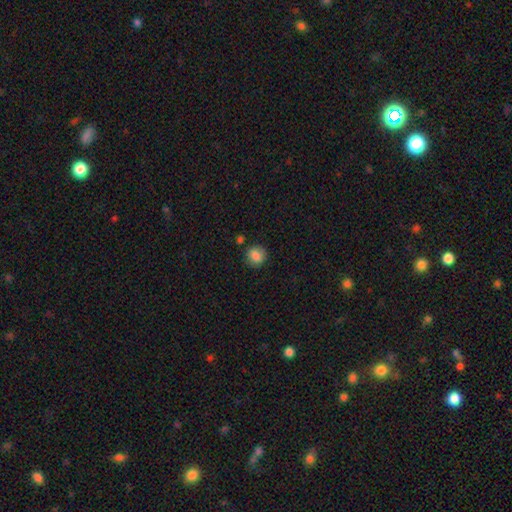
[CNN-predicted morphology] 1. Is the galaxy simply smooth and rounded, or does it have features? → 85% smooth, 9% star or artifact, 6% featured or disk.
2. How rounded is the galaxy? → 77% round, 22% in between, 1% cigar-shaped.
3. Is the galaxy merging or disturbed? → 79% none, 14% minor disturbance, 4% merger, 3% major disturbance.